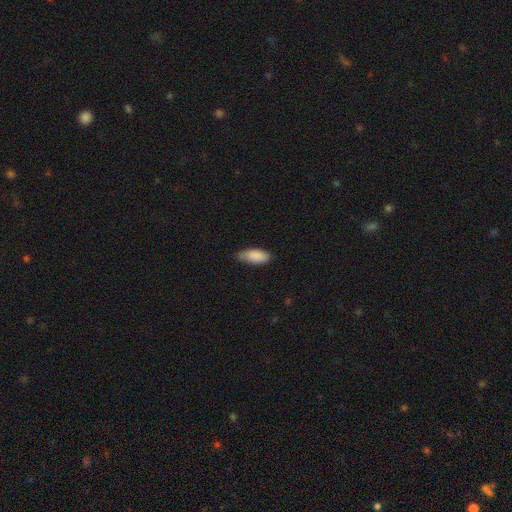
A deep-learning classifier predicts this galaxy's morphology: Smooth or featured? Predicted: smooth (p=0.88). How rounded? Predicted: in between (p=0.84). Merging? Predicted: none (p=0.71).